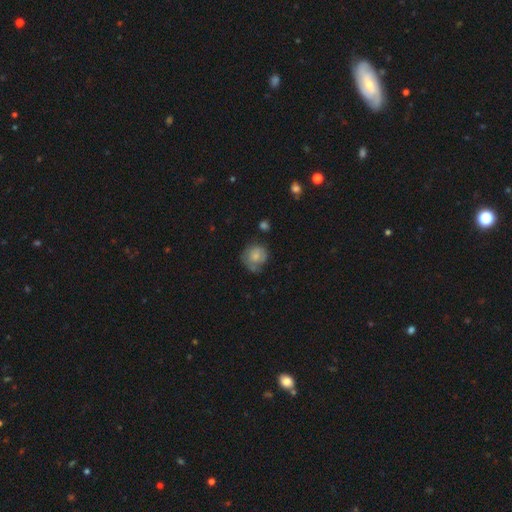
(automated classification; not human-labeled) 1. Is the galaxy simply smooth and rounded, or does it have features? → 67% smooth, 25% featured or disk, 8% star or artifact.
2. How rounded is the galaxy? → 81% round, 18% in between, 1% cigar-shaped.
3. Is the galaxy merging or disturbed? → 55% none, 30% minor disturbance, 11% major disturbance, 4% merger.